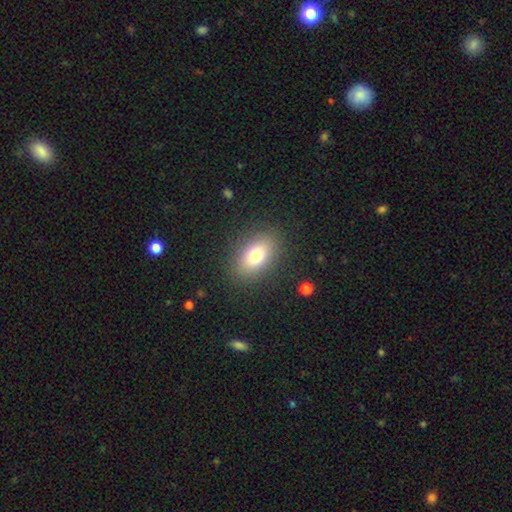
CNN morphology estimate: Overall: smooth (75%). How rounded: in between (83%). Merging: none (86%).